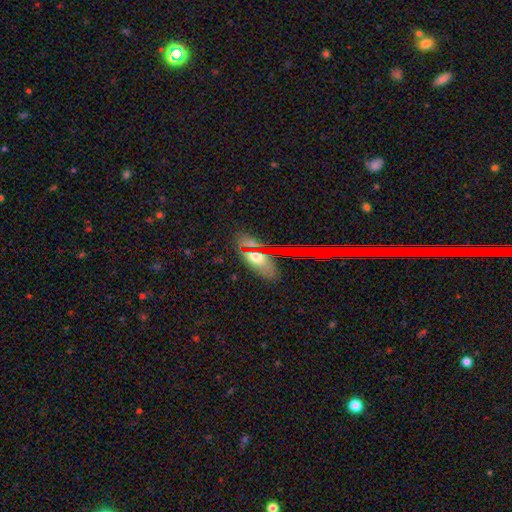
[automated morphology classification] Smooth or featured? smooth (59%)
How rounded? in between (76%)
Merging? none (82%)